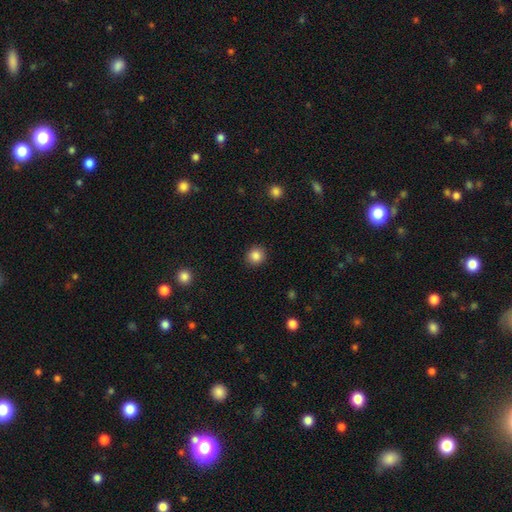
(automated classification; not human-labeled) A smooth galaxy with no disk features (85%) that is round (89%).

Vote fractions:
- Smooth or featured? smooth: 85% / star or artifact: 10% / featured or disk: 4%
- How rounded? round: 89% / in between: 10% / cigar-shaped: 1%
- Merging? none: 91% / minor disturbance: 6% / major disturbance: 2% / merger: 1%